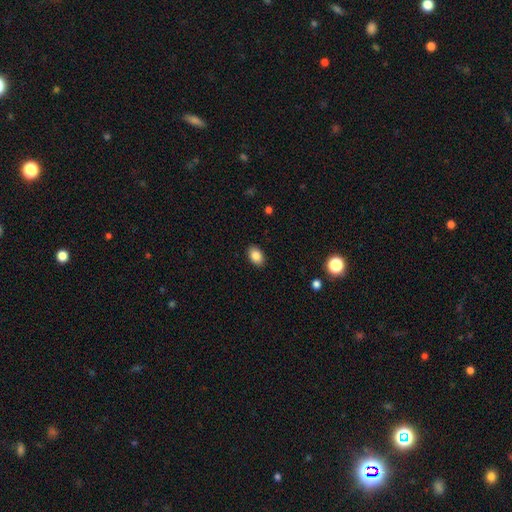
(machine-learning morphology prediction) type=smooth (87%); roundness=in between (85%); merging=none (89%).